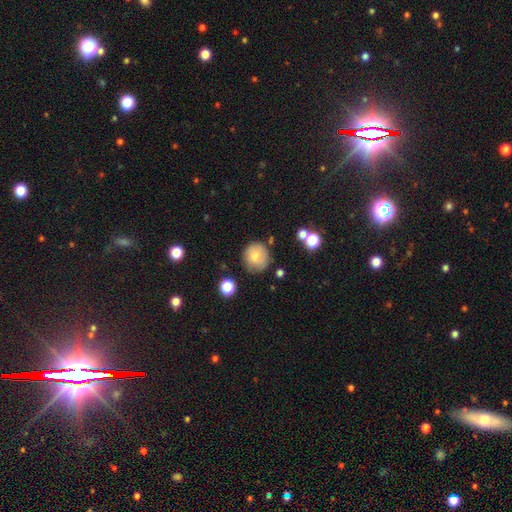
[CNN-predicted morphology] A smooth galaxy with no disk features (78%) that is round (90%).

Vote fractions:
- Smooth or featured? smooth: 78% / featured or disk: 12% / star or artifact: 10%
- How rounded? round: 90% / in between: 9% / cigar-shaped: 1%
- Merging? none: 75% / minor disturbance: 16% / major disturbance: 4% / merger: 4%